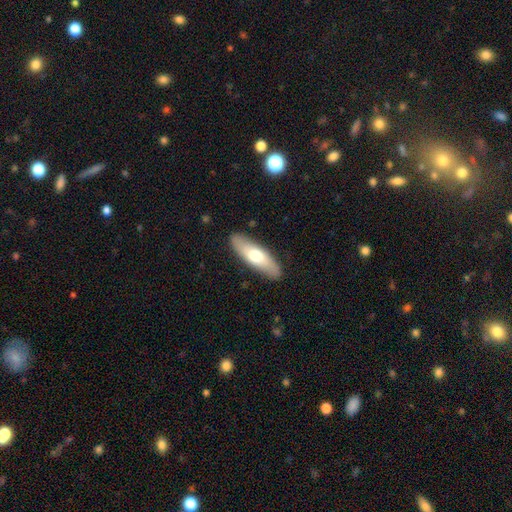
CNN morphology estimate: A smooth galaxy with no disk features (63%) that is in between round and cigar-shaped (49%, tied with cigar-shaped). Merging: none (88%).